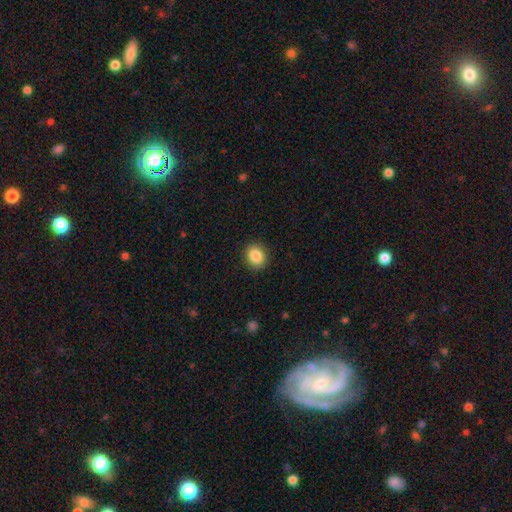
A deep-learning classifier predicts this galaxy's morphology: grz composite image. It shows a smooth galaxy with no disk features (87%) that is round (67%). Merging: none (90%).